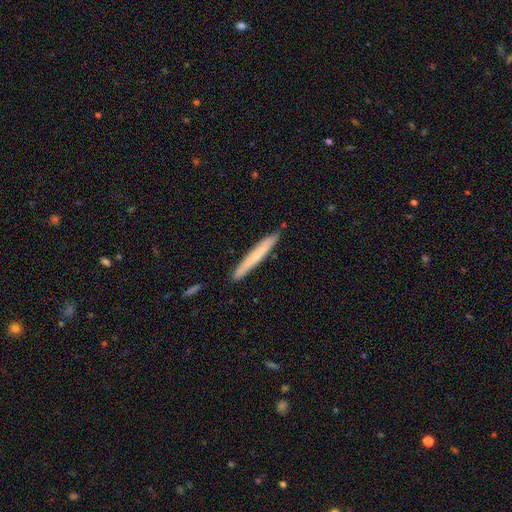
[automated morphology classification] Smooth or featured?
  - smooth: 60% *
  - featured or disk: 35%
  - star or artifact: 6%
How rounded?
  - cigar-shaped: 97% *
  - in between: 2%
  - round: 1%
Merging?
  - none: 89% *
  - minor disturbance: 8%
  - merger: 1%
  - major disturbance: 1%